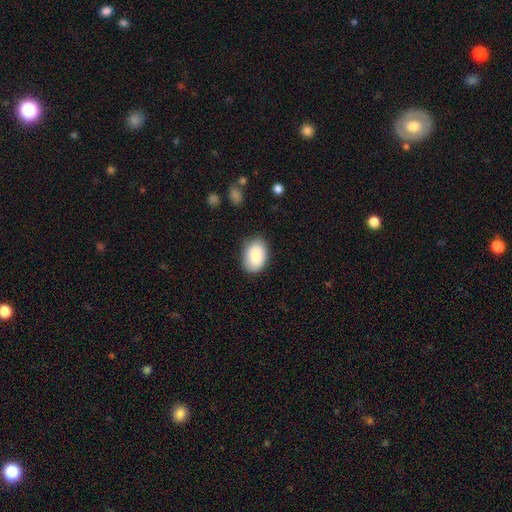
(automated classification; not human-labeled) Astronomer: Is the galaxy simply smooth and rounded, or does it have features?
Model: smooth — 85%.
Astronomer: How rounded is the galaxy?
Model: in between — 84%.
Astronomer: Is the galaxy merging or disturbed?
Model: none — 83%.